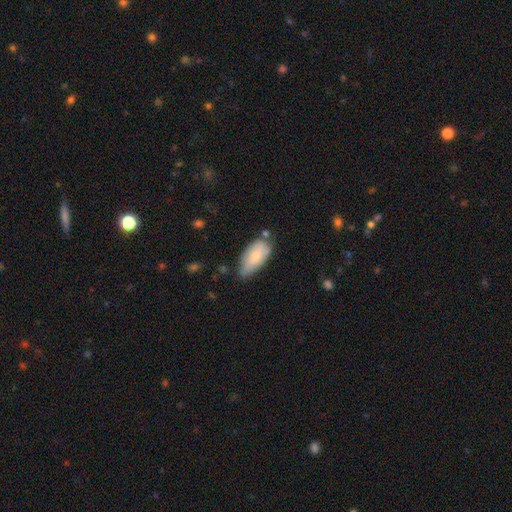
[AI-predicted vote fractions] Smooth or featured?
  - smooth: 76% *
  - featured or disk: 17%
  - star or artifact: 6%
How rounded?
  - in between: 92% *
  - cigar-shaped: 6%
  - round: 2%
Merging?
  - none: 49% *
  - minor disturbance: 38%
  - major disturbance: 8%
  - merger: 6%